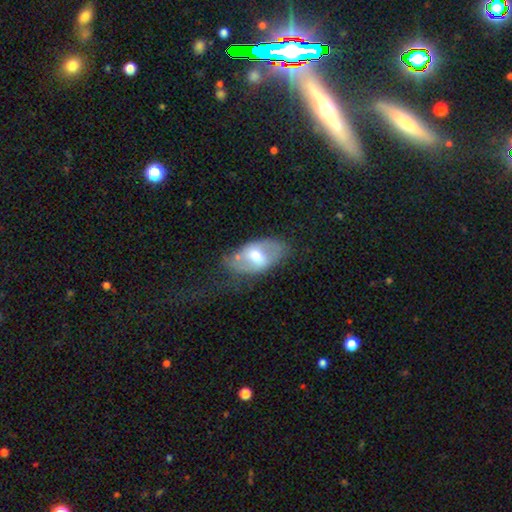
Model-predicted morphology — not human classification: Smooth or featured? featured or disk (49%)
Merging? none (54%)